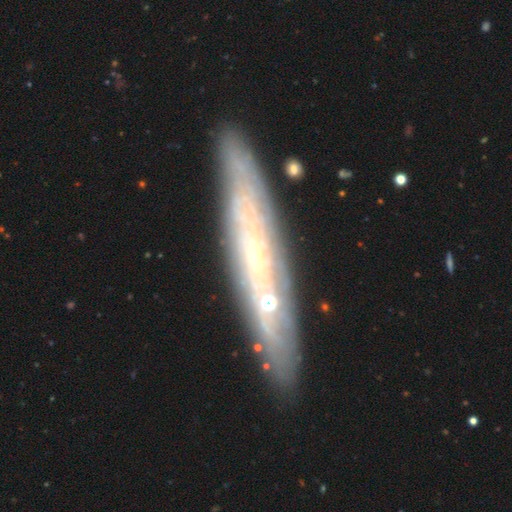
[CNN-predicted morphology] Overall: featured or disk (72%). Edge-on disk: yes (56%; no 44%). Merging: none (84%).